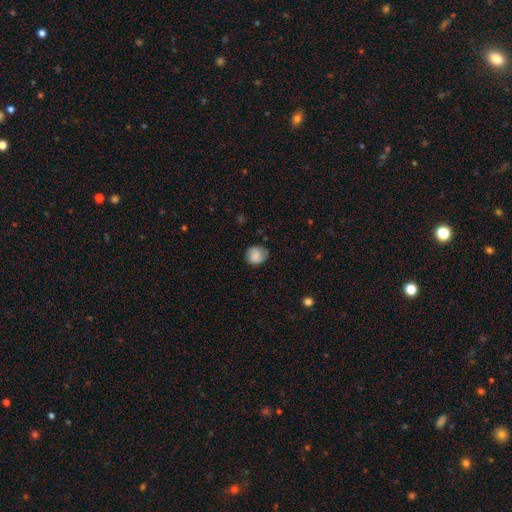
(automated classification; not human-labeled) Q: Smooth or featured?
A: smooth (81%); runner-up: featured or disk (11%)
Q: How rounded?
A: round (85%); runner-up: in between (14%)
Q: Merging?
A: none (72%); runner-up: minor disturbance (22%)